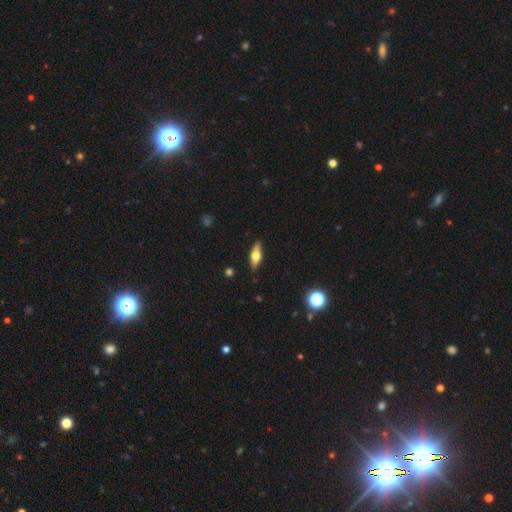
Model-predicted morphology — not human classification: This is possibly a smooth galaxy (47%). Merging: clearly none (88%).